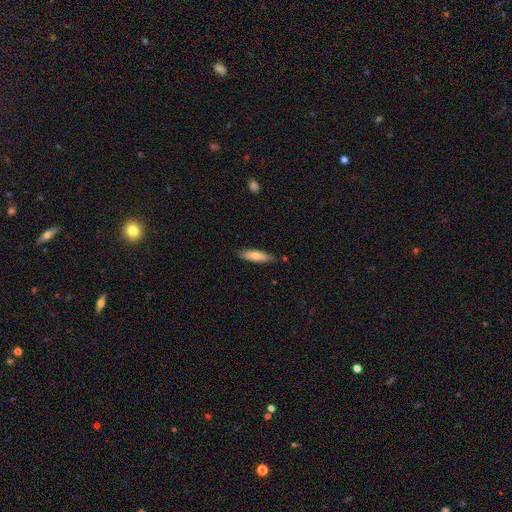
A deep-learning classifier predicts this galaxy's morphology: This appears to be a smooth galaxy with no disk features (70%) that is cigar-shaped (57%). Merging: none (81%).